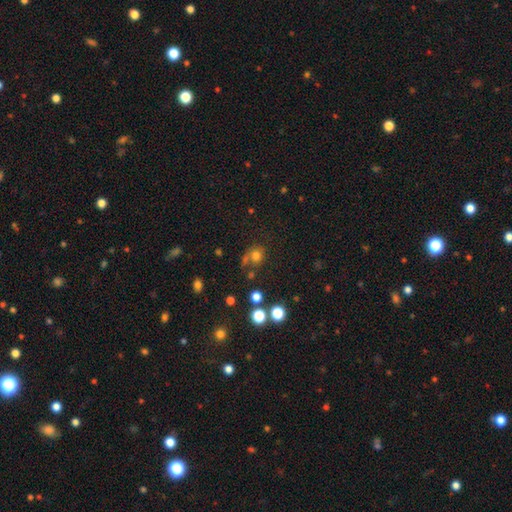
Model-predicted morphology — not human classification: Smooth or featured: smooth — 72% (star or artifact — 18%)
How rounded: round — 80% (in between — 19%)
Merging: none — 56% (merger — 18%)